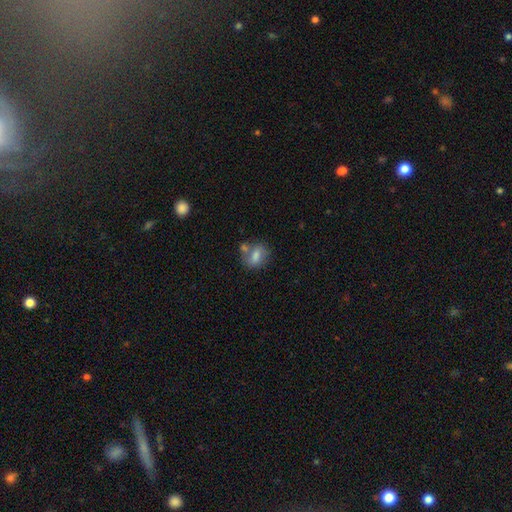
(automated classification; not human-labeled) Morphology: type=smooth (73%); roundness=in between (66%); merging=none (49%).